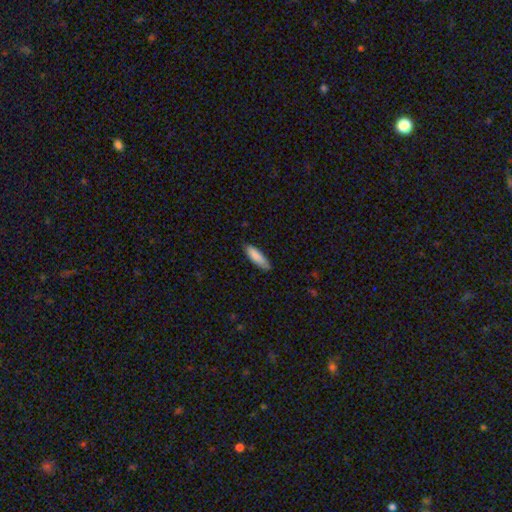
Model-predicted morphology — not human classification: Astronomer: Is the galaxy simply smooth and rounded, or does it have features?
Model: smooth — 87%.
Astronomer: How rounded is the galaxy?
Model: cigar-shaped — 55% (runner-up: in between, 43%).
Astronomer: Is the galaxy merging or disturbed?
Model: none — 80%.